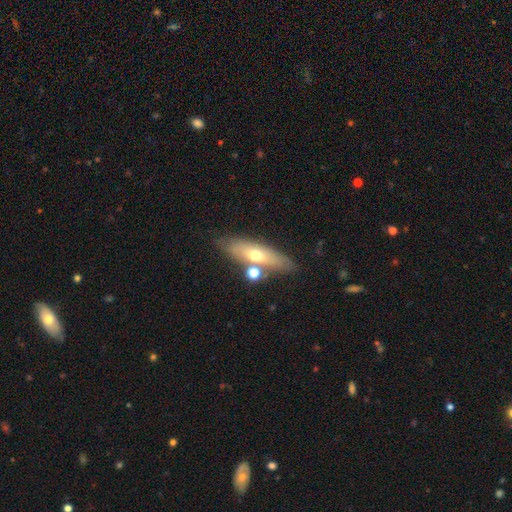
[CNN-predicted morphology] This appears to be a smooth galaxy with no disk features (53%) that is cigar-shaped (49%). Merging: none (68%).